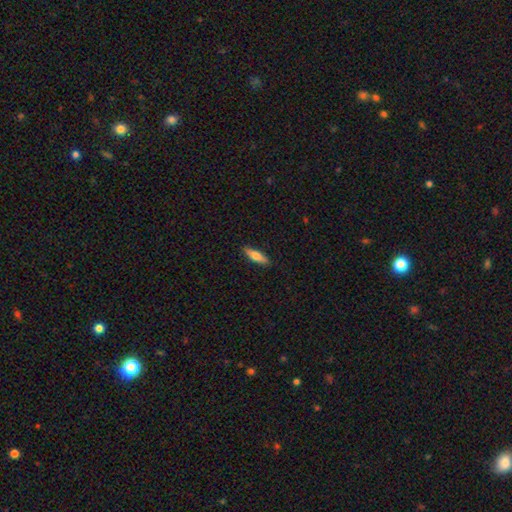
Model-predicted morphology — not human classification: Smooth or featured? smooth (66%)
How rounded? cigar-shaped (59%)
Merging? none (88%)